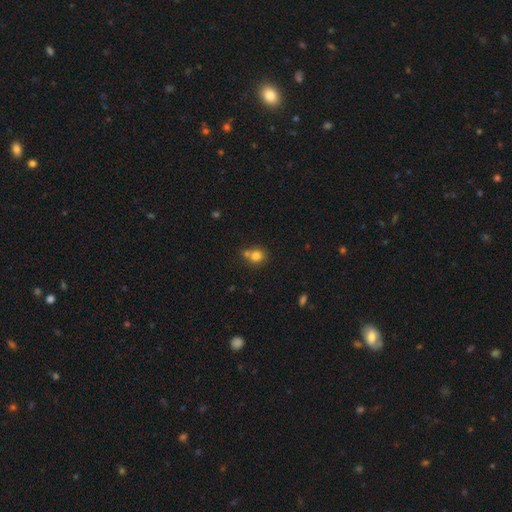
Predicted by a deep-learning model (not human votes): Q: Smooth or featured?
A: smooth (79%); runner-up: star or artifact (12%)
Q: How rounded?
A: round (84%); runner-up: in between (15%)
Q: Merging?
A: none (54%); runner-up: merger (33%)